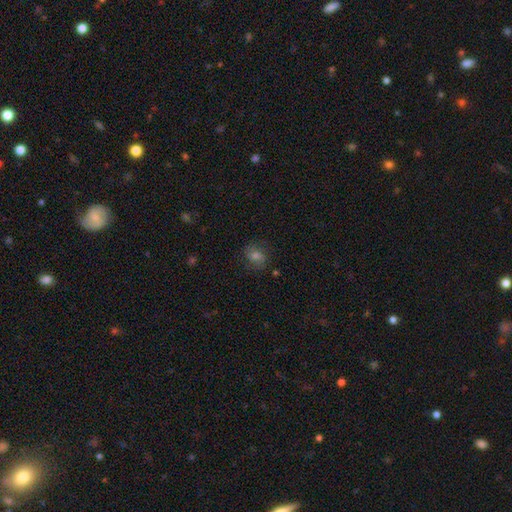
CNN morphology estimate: smooth 49%, featured or disk 30%, star or artifact 20%. Down the decision tree: merging — none (79%).